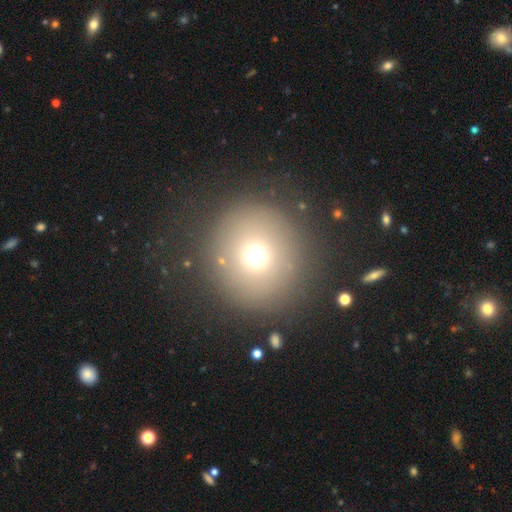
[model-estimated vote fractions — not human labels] Overall: smooth (69%). How rounded: round (94%). Merging: none (86%).